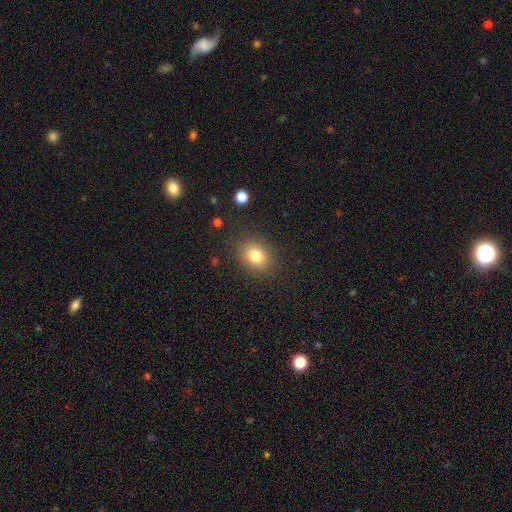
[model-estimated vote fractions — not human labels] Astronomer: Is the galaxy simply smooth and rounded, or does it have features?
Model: smooth — 81%.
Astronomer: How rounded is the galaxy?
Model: in between — 50% (runner-up: round, 49%).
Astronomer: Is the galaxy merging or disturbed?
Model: none — 85%.